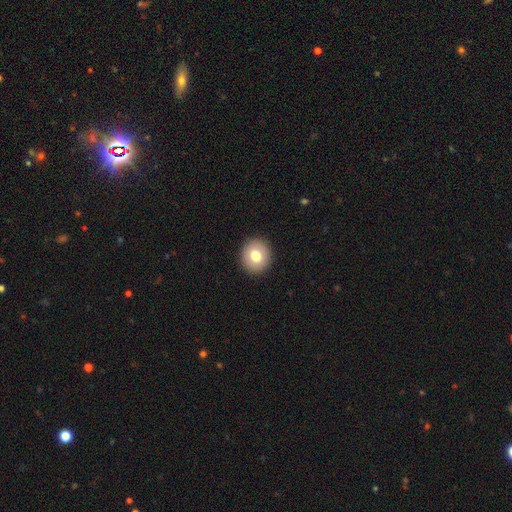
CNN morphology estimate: smooth_or_featured: smooth (p=0.76) [alt: featured or disk p=0.15]
how_rounded: round (p=0.88) [alt: in between p=0.11]
merging: none (p=0.92) [alt: minor disturbance p=0.05]